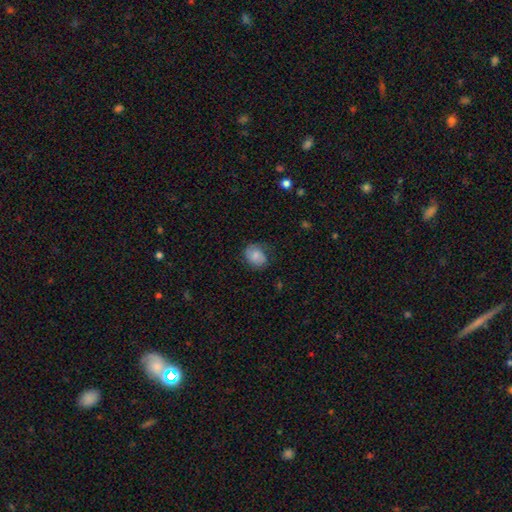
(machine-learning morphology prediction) The model was most divided on "how rounded": in between: 54%, round: 45%, cigar-shaped: 1%. More confident: smooth or featured — smooth (74%); merging — none (64%).